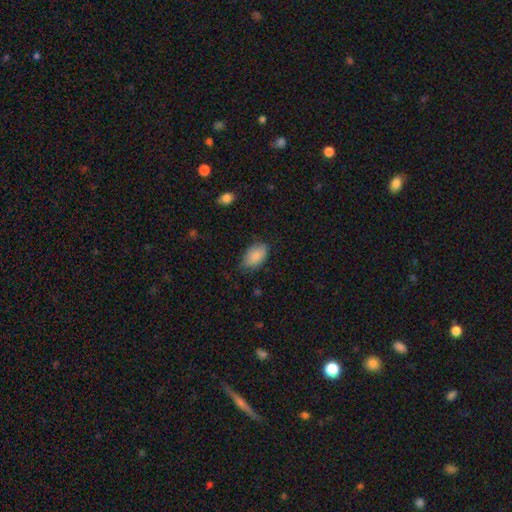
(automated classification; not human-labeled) A smooth galaxy with no disk features (88%) that is in between round and cigar-shaped (92%).

Vote fractions:
- Smooth or featured? smooth: 88% / star or artifact: 6% / featured or disk: 5%
- How rounded? in between: 92% / round: 6% / cigar-shaped: 2%
- Merging? none: 75% / minor disturbance: 20% / major disturbance: 4% / merger: 1%